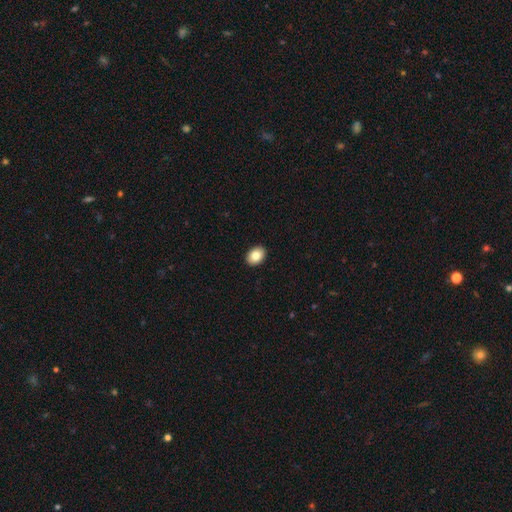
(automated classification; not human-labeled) Overall: smooth (84%). How rounded: in between (70%). Merging: none (92%).